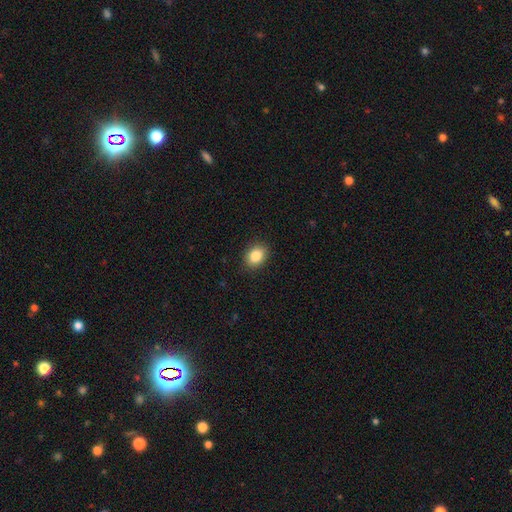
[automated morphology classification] This is clearly a smooth galaxy (86%). How rounded: possibly in between (58%). Merging: clearly none (89%).